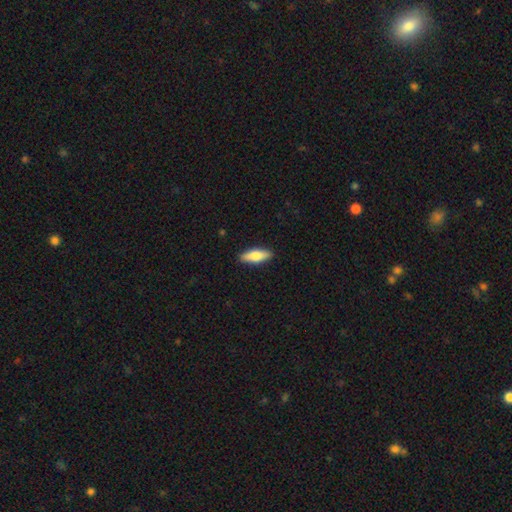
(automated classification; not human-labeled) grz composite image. It shows a smooth galaxy with no disk features (72%) that is in between round and cigar-shaped (57%). Merging: none (89%).